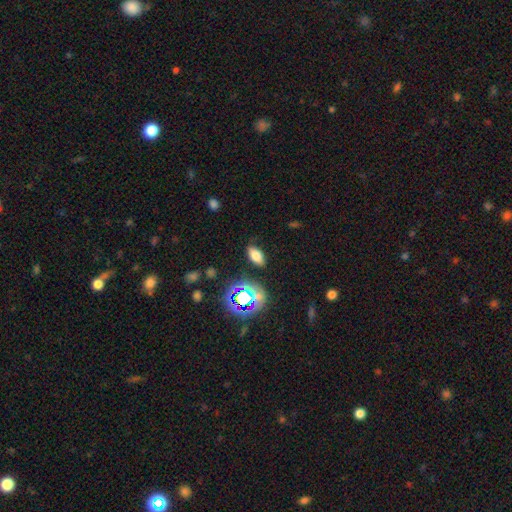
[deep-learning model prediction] The model was most divided on "smooth or featured": smooth: 70%, star or artifact: 19%, featured or disk: 11%. More confident: how rounded — in between (88%); merging — none (82%).